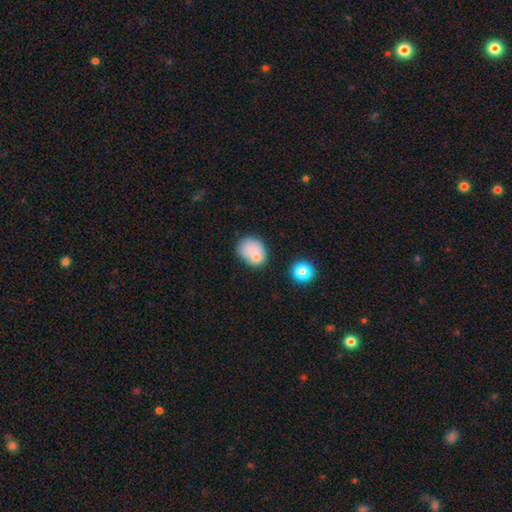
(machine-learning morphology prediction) This appears to be a smooth galaxy with no disk features (77%) that is round (56%). Merging: none (51%).